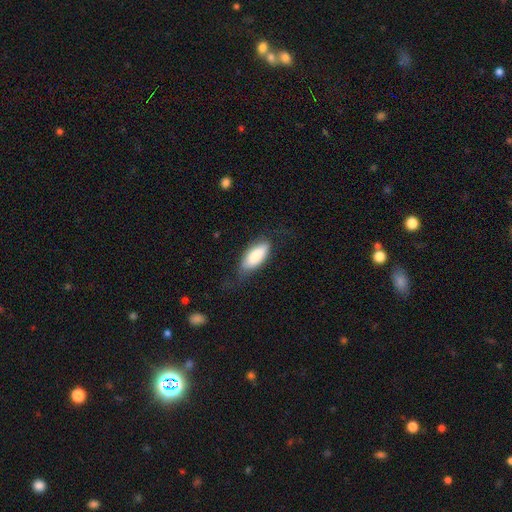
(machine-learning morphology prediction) A smooth galaxy with no disk features (81%) that is in between round and cigar-shaped (82%). Merging: none (66%).